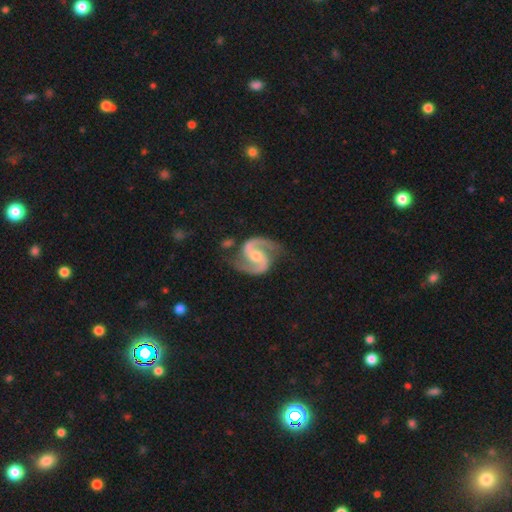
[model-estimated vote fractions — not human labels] This is clearly a featured or disk galaxy (93%). It is clearly not viewed edge-on (98%). Bar: marginally no (45%). Spiral arm pattern: clearly yes (99%). Spiral arm count: clearly 2 (95%). Spiral winding: likely medium (66%). Central bulge: possibly moderate (55%). Merging: likely none (76%).